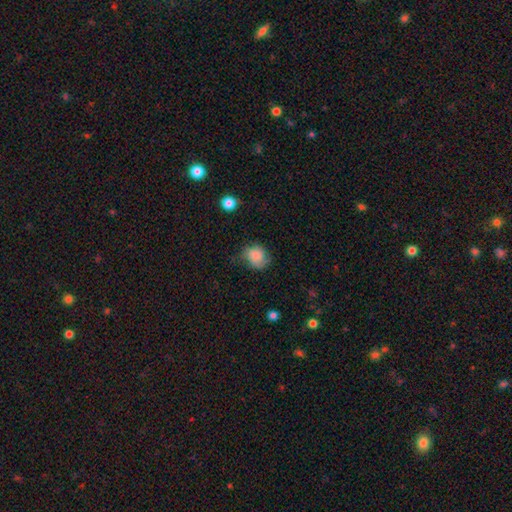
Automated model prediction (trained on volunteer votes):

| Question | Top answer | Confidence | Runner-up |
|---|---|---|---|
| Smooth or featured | smooth | 75% | featured or disk (16%) |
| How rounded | round | 63% | in between (36%) |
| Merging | none | 56% | minor disturbance (32%) |